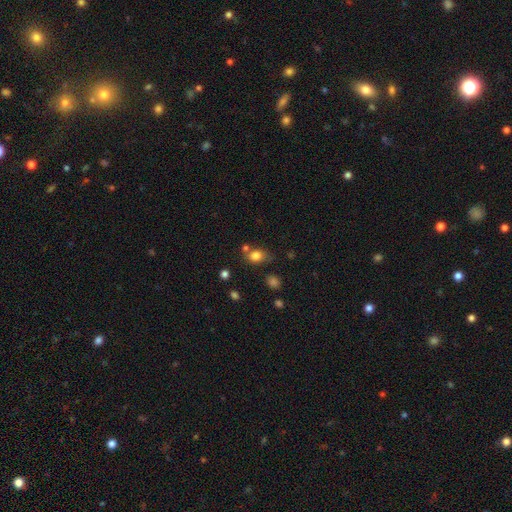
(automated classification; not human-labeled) smooth_or_featured: smooth (p=0.80) [alt: star or artifact p=0.12]
how_rounded: in between (p=0.56) [alt: round p=0.42]
merging: none (p=0.59) [alt: minor disturbance p=0.19]